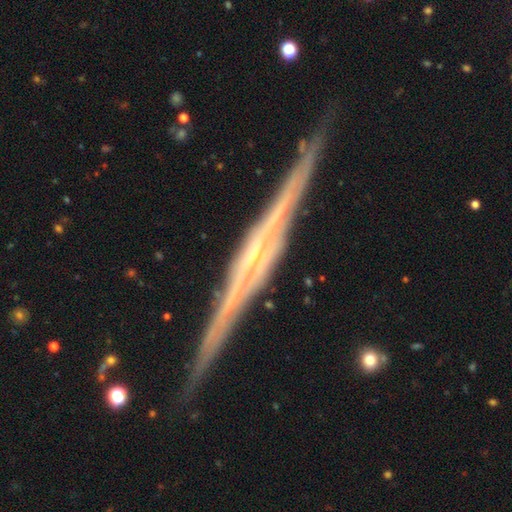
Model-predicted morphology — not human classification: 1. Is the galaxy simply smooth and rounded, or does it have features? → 89% featured or disk, 6% star or artifact, 5% smooth.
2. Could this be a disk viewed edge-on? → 98% yes, 2% no.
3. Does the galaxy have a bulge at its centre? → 48% boxy, 37% rounded, 15% none.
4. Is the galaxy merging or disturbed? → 90% none, 7% minor disturbance, 2% major disturbance, 1% merger.